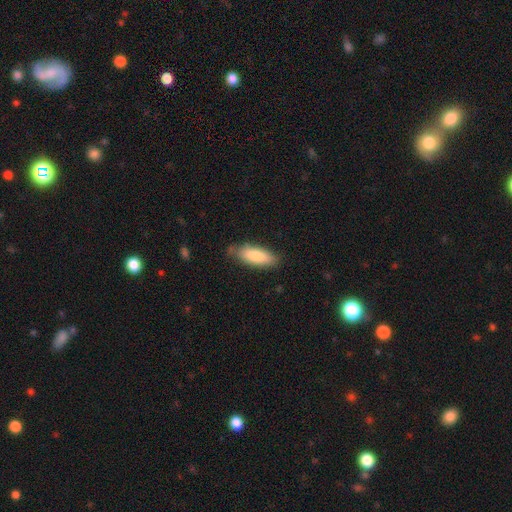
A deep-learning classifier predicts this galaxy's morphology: Smooth or featured: smooth — 82% (featured or disk — 12%)
How rounded: in between — 68% (cigar-shaped — 31%)
Merging: none — 72% (minor disturbance — 22%)